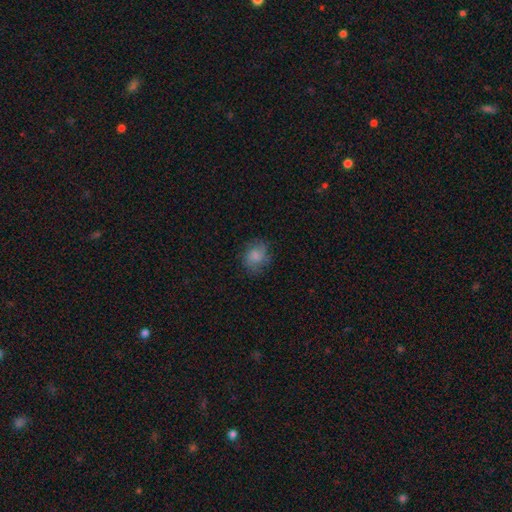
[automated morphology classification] Smooth or featured?
  - smooth: 75% *
  - featured or disk: 16%
  - star or artifact: 9%
How rounded?
  - round: 60% *
  - in between: 39%
  - cigar-shaped: 1%
Merging?
  - none: 73% *
  - minor disturbance: 19%
  - major disturbance: 7%
  - merger: 1%